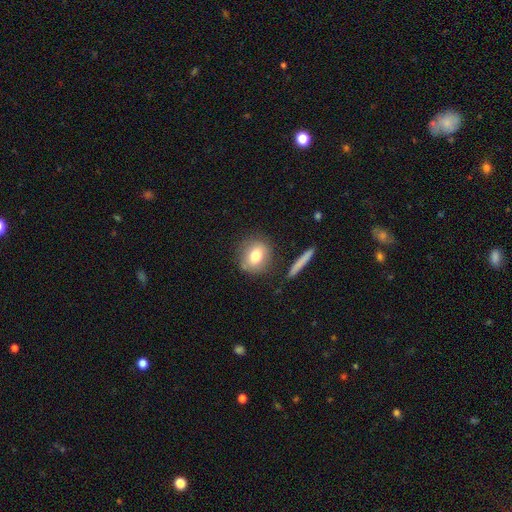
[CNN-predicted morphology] Smooth or featured: smooth — 77% (featured or disk — 15%)
How rounded: round — 69% (in between — 29%)
Merging: none — 77% (minor disturbance — 13%)